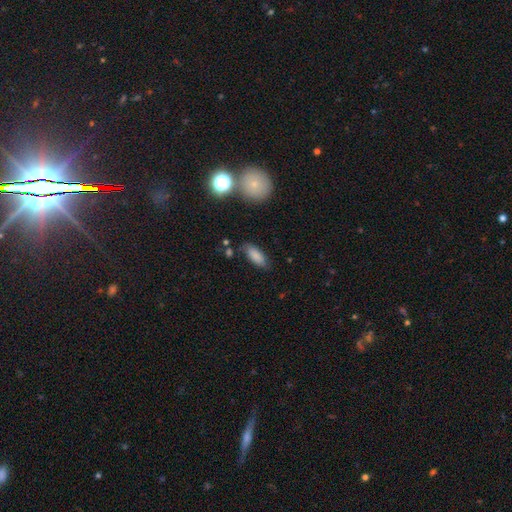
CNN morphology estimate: smooth-or-featured: smooth: 83% | featured or disk: 9% | star or artifact: 8%
  how-rounded: in between: 78% | cigar-shaped: 19% | round: 3%
  merging: none: 76% | minor disturbance: 17% | major disturbance: 4% | merger: 3%